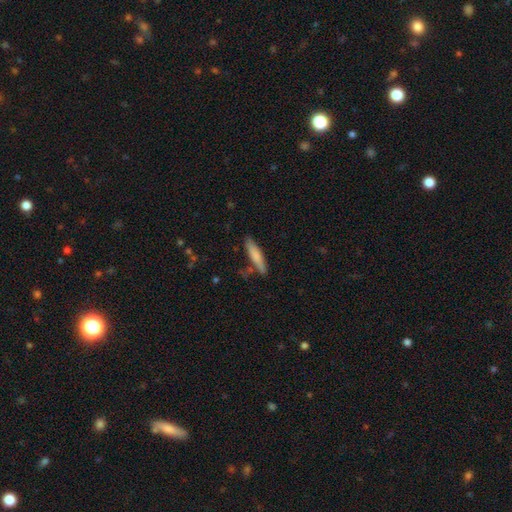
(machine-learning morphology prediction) smooth-or-featured: smooth: 76% | featured or disk: 18% | star or artifact: 6%
  how-rounded: cigar-shaped: 83% | in between: 16% | round: 1%
  merging: none: 78% | minor disturbance: 14% | merger: 5% | major disturbance: 3%